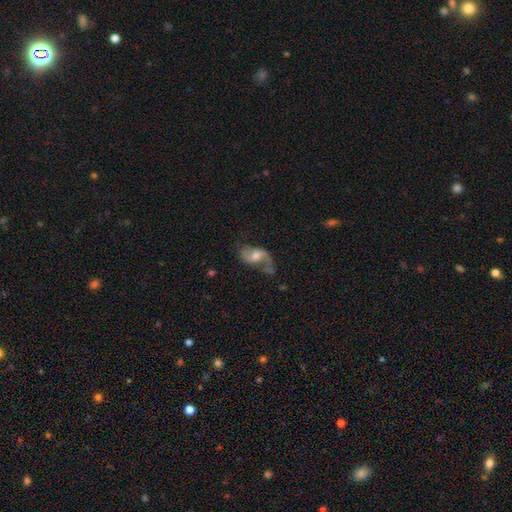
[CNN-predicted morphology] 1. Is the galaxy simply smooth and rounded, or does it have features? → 71% featured or disk, 22% smooth, 7% star or artifact.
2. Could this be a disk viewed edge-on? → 96% no, 4% yes.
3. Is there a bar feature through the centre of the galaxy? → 52% no, 38% weak, 10% strong.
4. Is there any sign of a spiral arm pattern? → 89% yes, 11% no.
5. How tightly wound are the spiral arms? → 66% loose, 26% medium, 8% tight.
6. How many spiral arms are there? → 72% 2, 20% 1, 5% can't tell, 1% 3, 1% 4, 1% more than 4.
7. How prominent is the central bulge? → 58% moderate, 31% small, 6% large, 3% none, 1% dominant.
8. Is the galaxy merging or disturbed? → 45% none, 26% minor disturbance, 24% major disturbance, 4% merger.